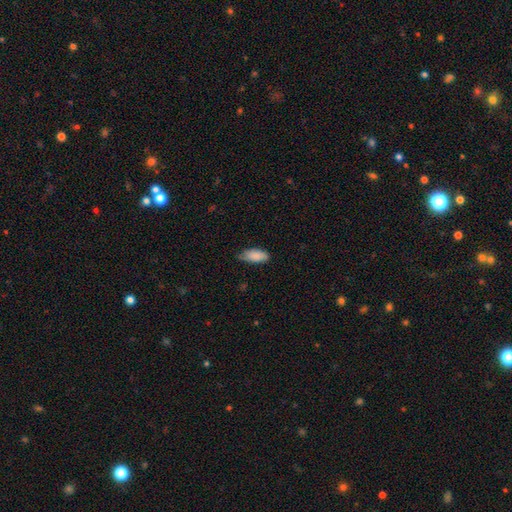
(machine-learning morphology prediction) Smooth or featured? Predicted: smooth (p=0.87). How rounded? Predicted: in between (p=0.87). Merging? Predicted: none (p=0.66).